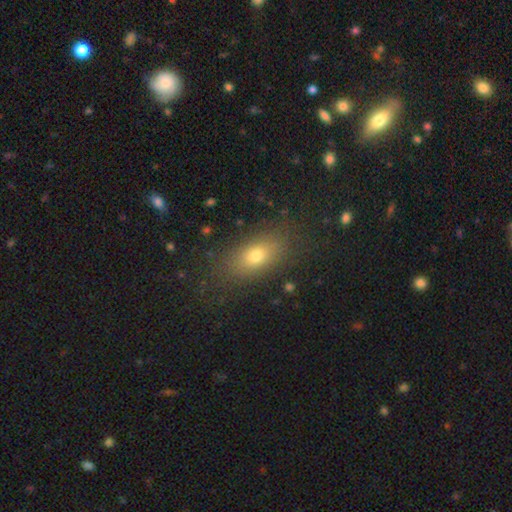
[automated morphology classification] Smooth or featured: smooth — 74% (featured or disk — 15%)
How rounded: in between — 81% (round — 10%)
Merging: none — 82% (minor disturbance — 12%)